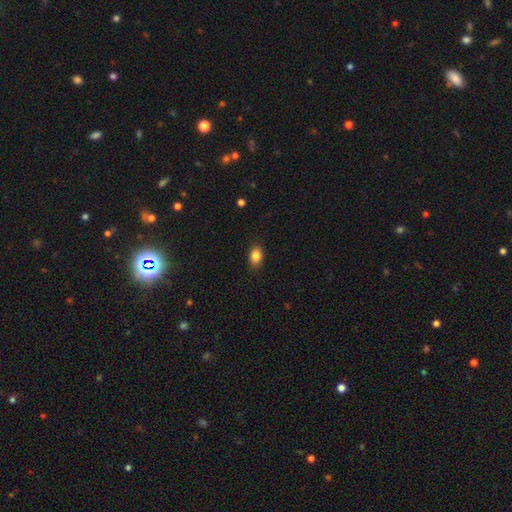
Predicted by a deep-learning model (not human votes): A smooth galaxy with no disk features (85%) that is in between round and cigar-shaped (78%).

Vote fractions:
- Smooth or featured? smooth: 85% / star or artifact: 9% / featured or disk: 6%
- How rounded? in between: 78% / round: 21% / cigar-shaped: 2%
- Merging? none: 86% / minor disturbance: 10% / major disturbance: 2% / merger: 1%